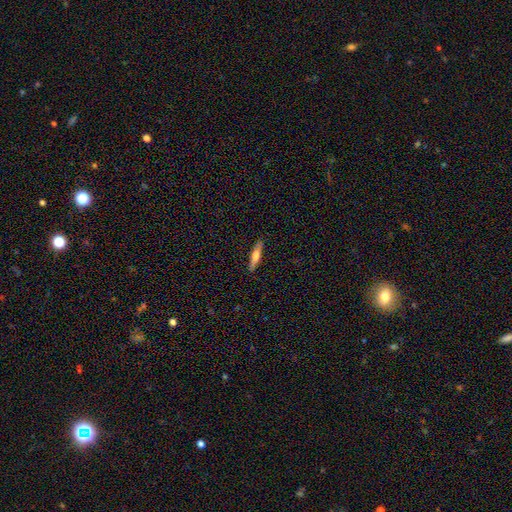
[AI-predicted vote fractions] A smooth galaxy with no disk features (56%) that is cigar-shaped (83%).

Vote fractions:
- Smooth or featured? smooth: 56% / featured or disk: 38% / star or artifact: 6%
- How rounded? cigar-shaped: 83% / in between: 15% / round: 2%
- Merging? none: 89% / minor disturbance: 8% / major disturbance: 2% / merger: 1%